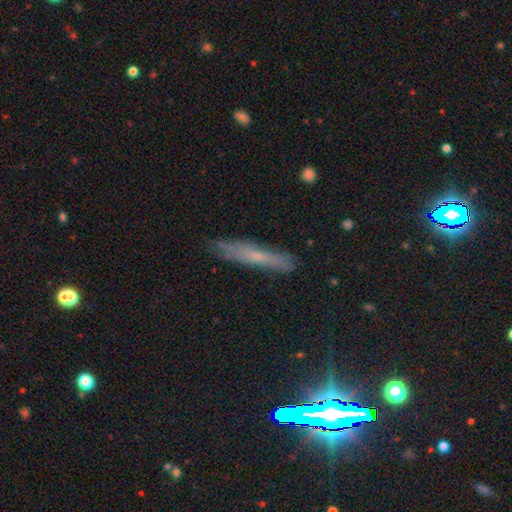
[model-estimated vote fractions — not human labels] Overall: smooth (47%; featured or disk 39%). Merging: none (81%).